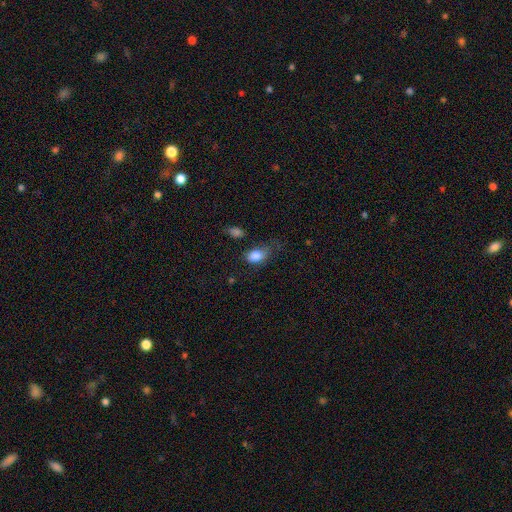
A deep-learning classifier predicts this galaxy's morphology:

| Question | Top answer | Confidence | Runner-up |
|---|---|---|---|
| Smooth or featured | smooth | 84% | star or artifact (8%) |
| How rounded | in between | 83% | round (15%) |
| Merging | none | 47% | minor disturbance (32%) |